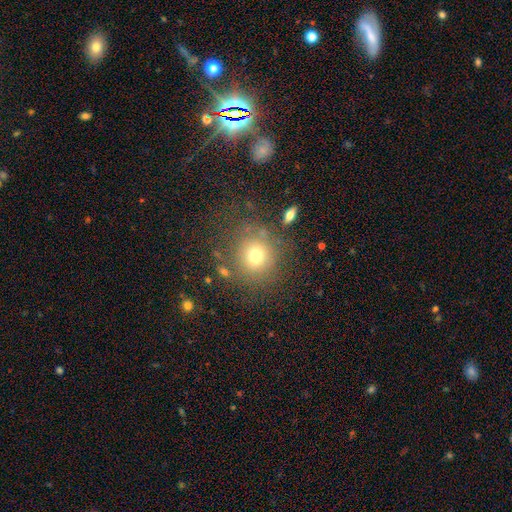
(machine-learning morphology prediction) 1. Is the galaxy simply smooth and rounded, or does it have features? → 72% smooth, 15% star or artifact, 13% featured or disk.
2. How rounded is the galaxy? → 88% round, 11% in between, 1% cigar-shaped.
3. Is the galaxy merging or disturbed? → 76% none, 12% minor disturbance, 7% major disturbance, 4% merger.